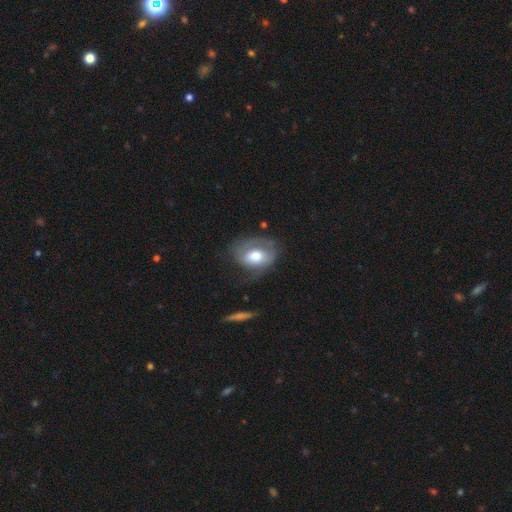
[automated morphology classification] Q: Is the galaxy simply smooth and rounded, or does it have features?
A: featured or disk — 51%.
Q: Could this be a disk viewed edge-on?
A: no — 95%.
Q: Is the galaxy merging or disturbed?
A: none — 48%.